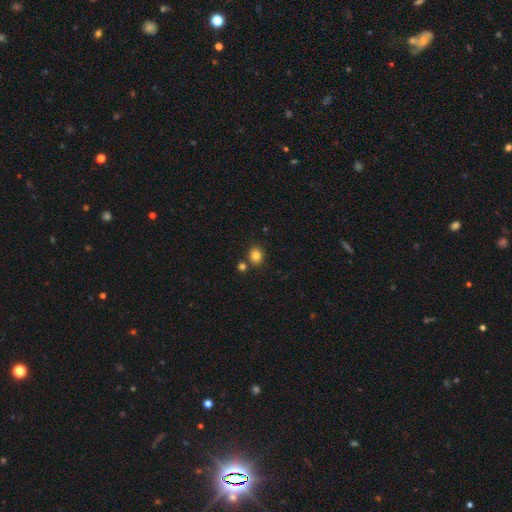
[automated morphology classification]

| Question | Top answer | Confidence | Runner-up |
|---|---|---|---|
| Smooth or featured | smooth | 82% | star or artifact (12%) |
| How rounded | round | 69% | in between (30%) |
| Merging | none | 79% | merger (10%) |